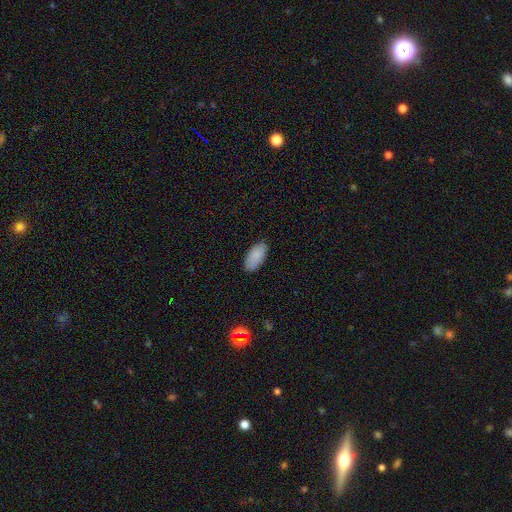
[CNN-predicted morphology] Overall: smooth (88%). How rounded: in between (93%). Merging: none (84%).